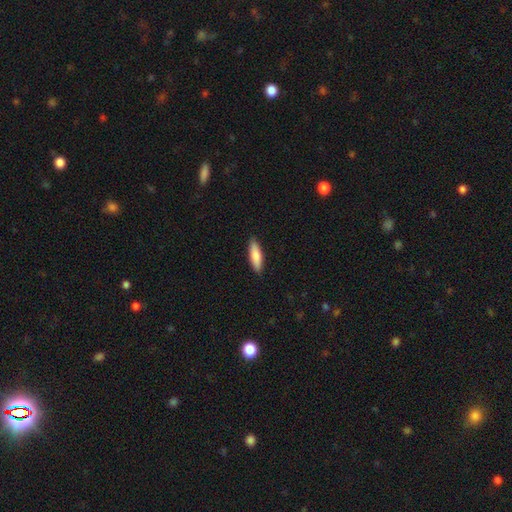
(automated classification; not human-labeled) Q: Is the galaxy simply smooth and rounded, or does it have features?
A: smooth — 82%.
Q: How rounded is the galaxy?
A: cigar-shaped — 54%.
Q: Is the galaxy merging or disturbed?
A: none — 89%.